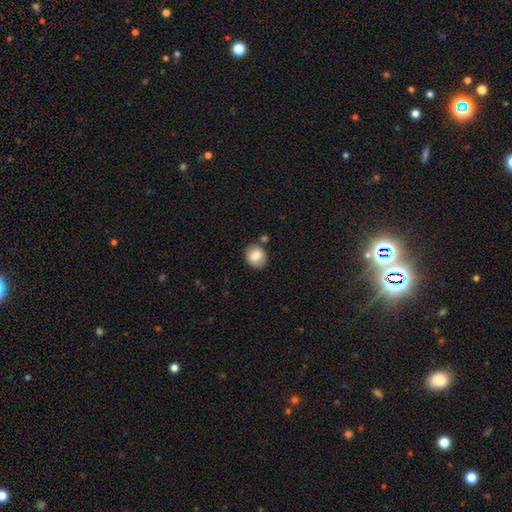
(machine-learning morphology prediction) Smooth or featured?
  - smooth: 82% *
  - featured or disk: 10%
  - star or artifact: 8%
How rounded?
  - round: 69% *
  - in between: 30%
  - cigar-shaped: 1%
Merging?
  - none: 78% *
  - minor disturbance: 12%
  - merger: 8%
  - major disturbance: 3%